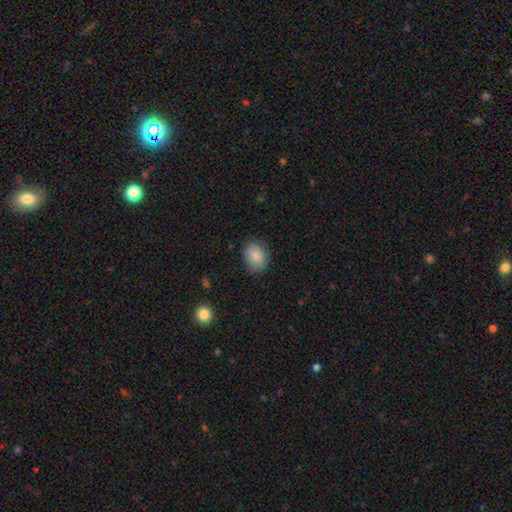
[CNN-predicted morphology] Smooth or featured? Predicted: smooth (p=0.87). How rounded? Predicted: in between (p=0.56). Merging? Predicted: none (p=0.82).